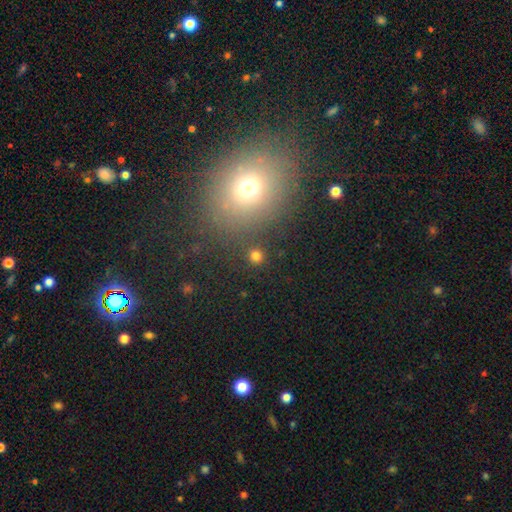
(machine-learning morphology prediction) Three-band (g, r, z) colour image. It shows a smooth galaxy with no disk features (77%) that is round (89%). Merging: none (86%).